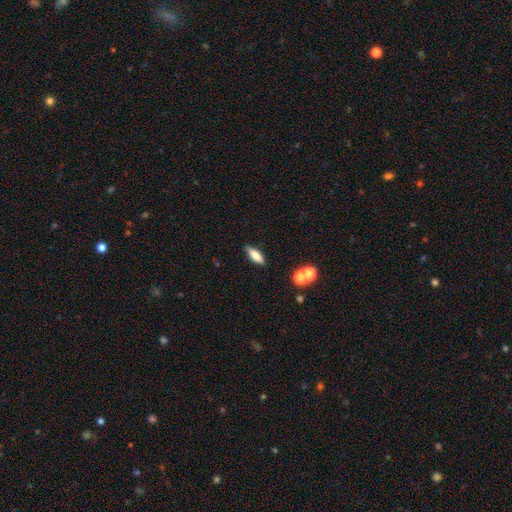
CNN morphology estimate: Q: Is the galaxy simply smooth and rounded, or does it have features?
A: smooth — 73%.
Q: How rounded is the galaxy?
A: in between — 54%.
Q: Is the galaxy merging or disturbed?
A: none — 84%.